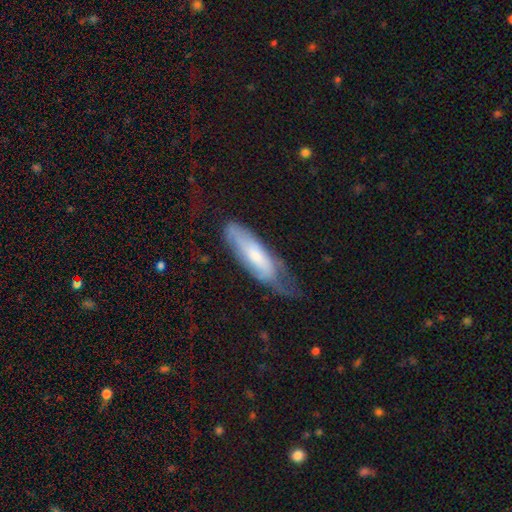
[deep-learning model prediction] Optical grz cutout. It shows a smooth galaxy with no disk features (50%) that is in between round and cigar-shaped (50%). Merging: none (41%).